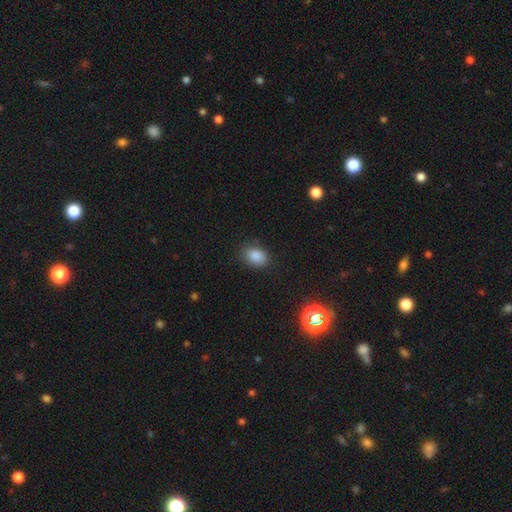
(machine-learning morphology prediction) smooth-or-featured: smooth: 86% | star or artifact: 10% | featured or disk: 4%
  how-rounded: in between: 80% | round: 19% | cigar-shaped: 1%
  merging: none: 83% | minor disturbance: 12% | major disturbance: 3% | merger: 1%